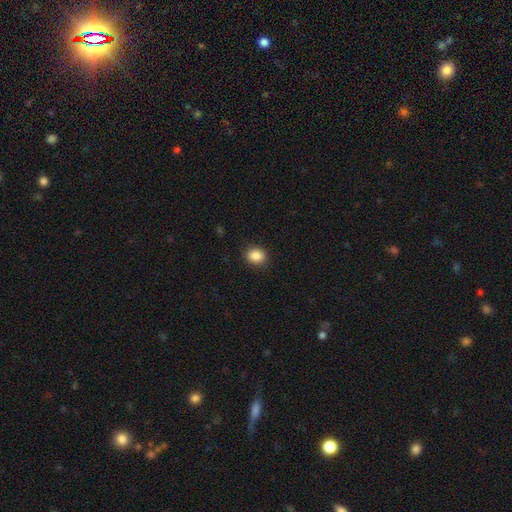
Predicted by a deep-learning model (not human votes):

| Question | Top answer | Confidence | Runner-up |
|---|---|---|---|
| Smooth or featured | smooth | 87% | star or artifact (9%) |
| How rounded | round | 57% | in between (42%) |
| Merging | none | 89% | minor disturbance (8%) |